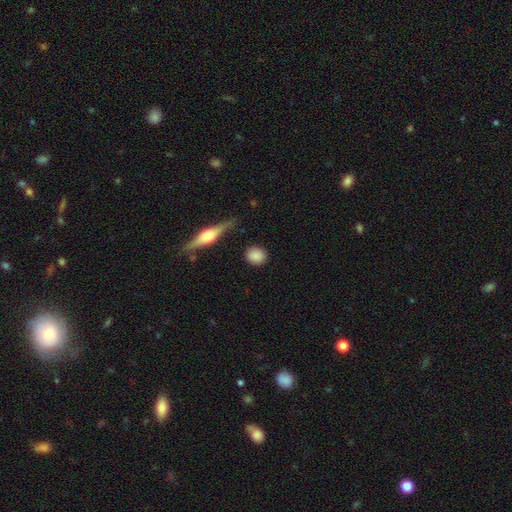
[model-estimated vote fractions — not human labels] Smooth or featured?
  - smooth: 85% *
  - featured or disk: 8%
  - star or artifact: 7%
How rounded?
  - round: 78% *
  - in between: 19%
  - cigar-shaped: 3%
Merging?
  - none: 85% *
  - minor disturbance: 9%
  - major disturbance: 3%
  - merger: 2%